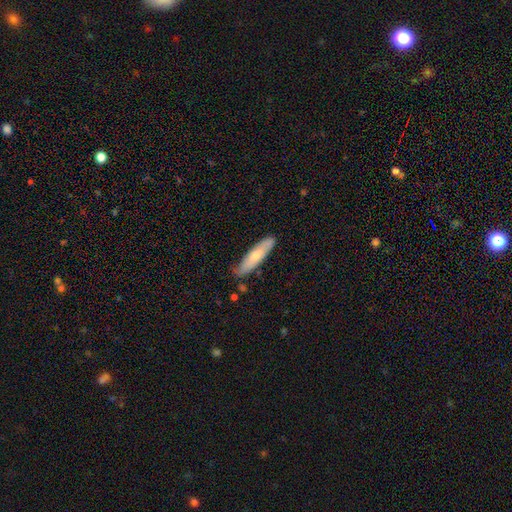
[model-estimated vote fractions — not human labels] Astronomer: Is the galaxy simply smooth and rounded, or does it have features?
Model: smooth — 62%.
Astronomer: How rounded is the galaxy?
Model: cigar-shaped — 75%.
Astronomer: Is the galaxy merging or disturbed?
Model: none — 75%.